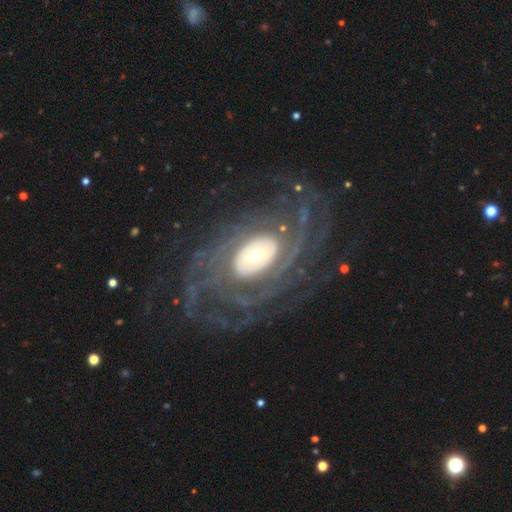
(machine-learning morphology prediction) smooth-or-featured: featured or disk: 88% | star or artifact: 6% | smooth: 6%
  disk-edge-on: no: 96% | yes: 4%
    bar: no: 64% | weak: 22% | strong: 13%
    has-spiral-arms: yes: 95% | no: 5%
      spiral-winding: tight: 67% | medium: 25% | loose: 8%
      spiral-arm-count: can't tell: 32% | more than 4: 18% | 2: 15% | 4: 14% | 3: 12% | 1: 8%
    bulge-size: small: 40% | moderate: 39% | large: 17% | dominant: 2% | none: 1%
  merging: none: 72% | minor disturbance: 14% | major disturbance: 13% | merger: 2%